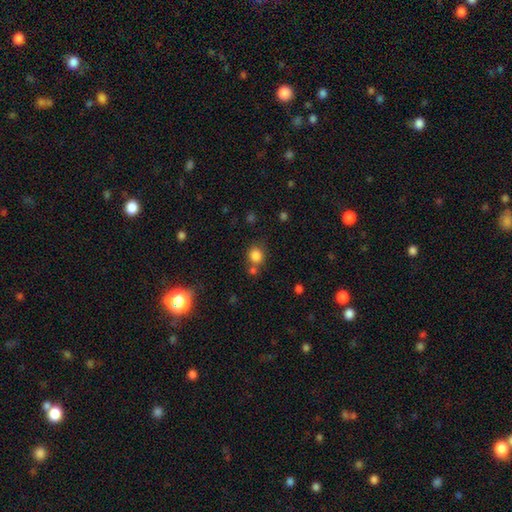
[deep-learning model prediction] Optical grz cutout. It shows a smooth galaxy with no disk features (82%) that is round (78%). Merging: none (63%).